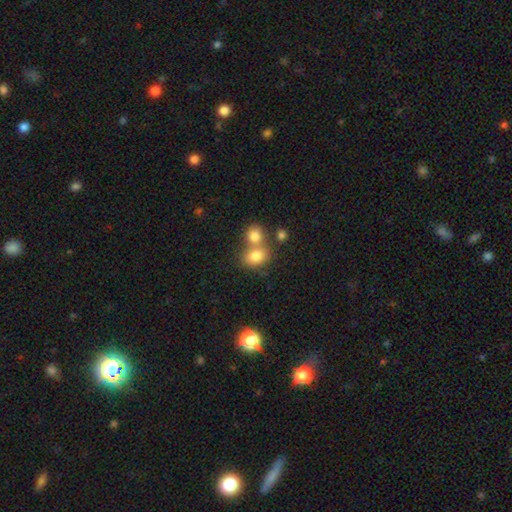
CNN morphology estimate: This appears to be a smooth galaxy with no disk features (80%) that is in between round and cigar-shaped (57%). Merging: merger (47%).